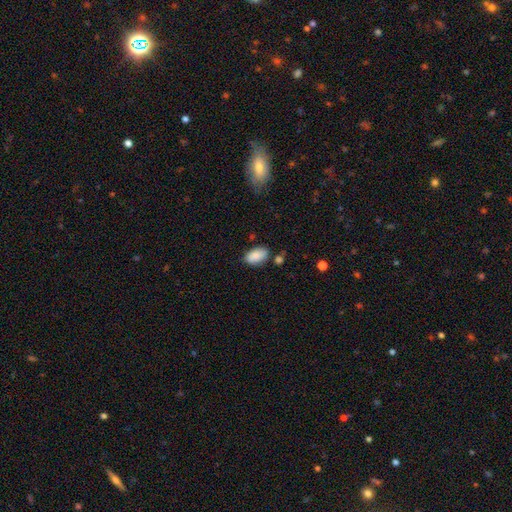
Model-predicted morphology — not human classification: Smooth or featured? Predicted: smooth (p=0.88). How rounded? Predicted: in between (p=0.93). Merging? Predicted: none (p=0.74).